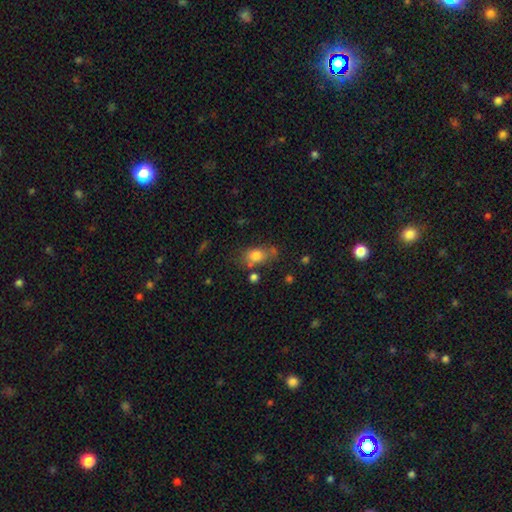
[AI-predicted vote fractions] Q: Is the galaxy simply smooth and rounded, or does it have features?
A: smooth — 79%.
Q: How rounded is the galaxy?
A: in between — 70%.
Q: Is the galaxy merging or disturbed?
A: none — 58%.